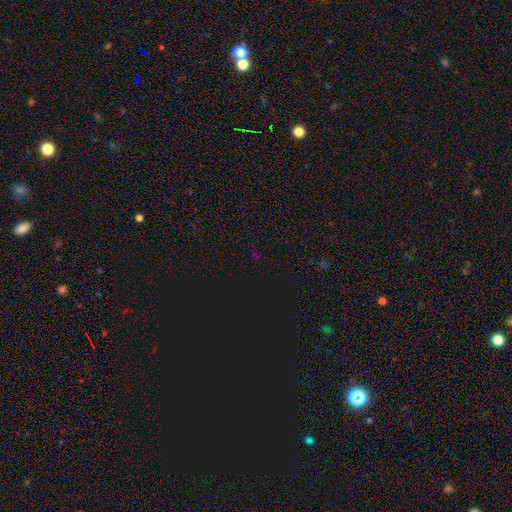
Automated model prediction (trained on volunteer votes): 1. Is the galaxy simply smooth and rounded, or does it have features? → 75% star or artifact, 18% smooth, 8% featured or disk.